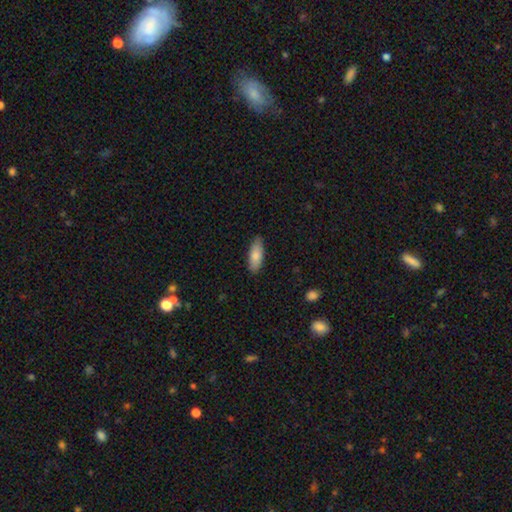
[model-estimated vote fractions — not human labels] This appears to be a smooth galaxy with no disk features (83%) that is in between round and cigar-shaped (72%). Merging: none (85%).